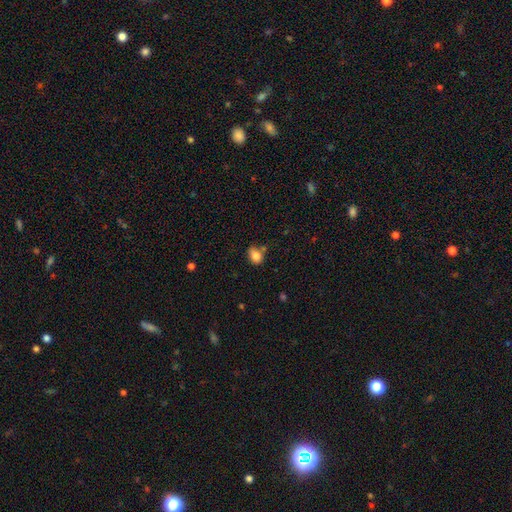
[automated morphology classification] Smooth or featured? smooth (84%)
How rounded? in between (68%)
Merging? none (59%)